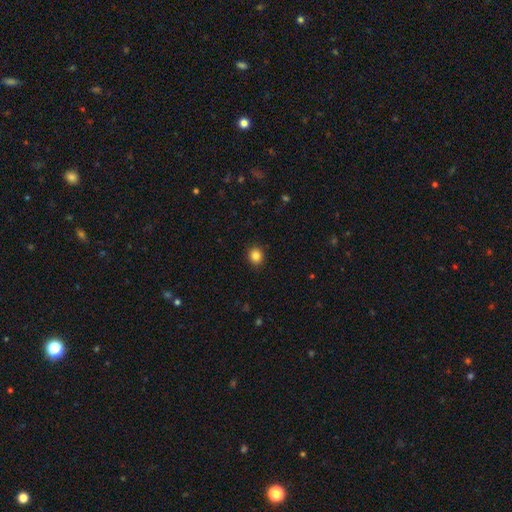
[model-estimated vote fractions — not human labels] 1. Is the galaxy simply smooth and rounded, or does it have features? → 85% smooth, 10% star or artifact, 4% featured or disk.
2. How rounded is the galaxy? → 77% round, 22% in between, 1% cigar-shaped.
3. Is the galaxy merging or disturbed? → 91% none, 6% minor disturbance, 2% major disturbance, 1% merger.